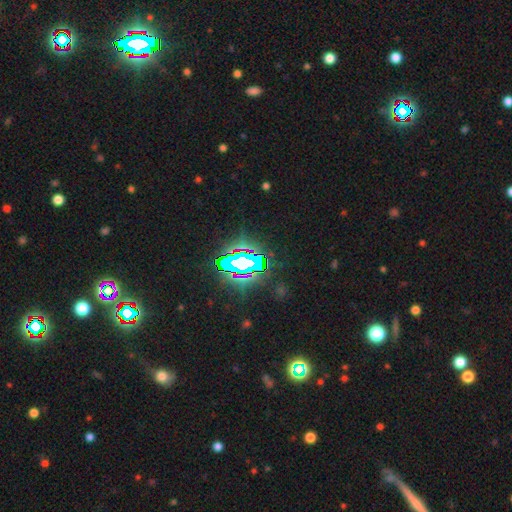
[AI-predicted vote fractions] Smooth or featured?
  - star or artifact: 76% *
  - smooth: 15%
  - featured or disk: 8%